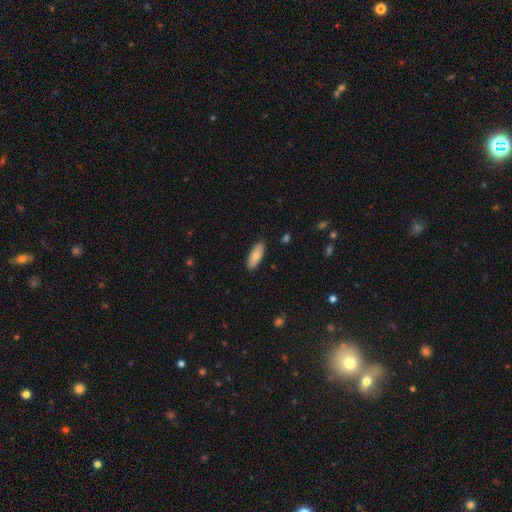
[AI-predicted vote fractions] smooth_or_featured: smooth (p=0.83) [alt: featured or disk p=0.11]
how_rounded: in between (p=0.74) [alt: cigar-shaped p=0.24]
merging: none (p=0.87) [alt: minor disturbance p=0.10]